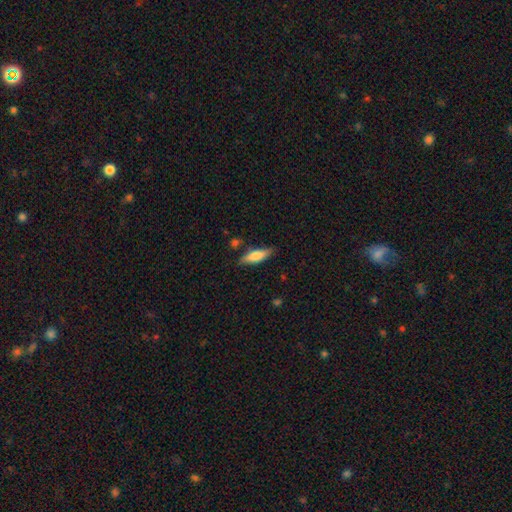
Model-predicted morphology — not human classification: A smooth galaxy with no disk features (73%) that is in between round and cigar-shaped (51%). Merging: none (77%).